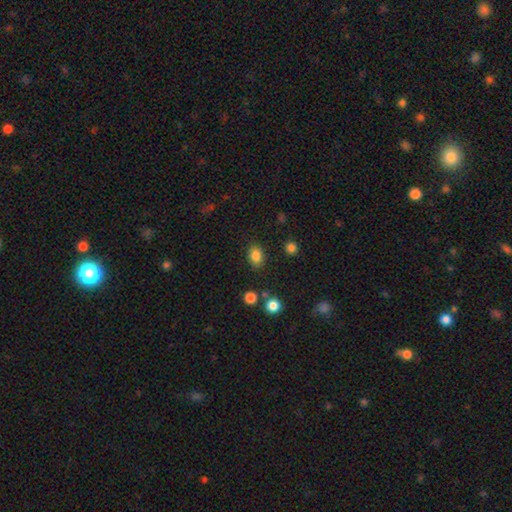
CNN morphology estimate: Smooth or featured?
  - smooth: 84% *
  - star or artifact: 11%
  - featured or disk: 6%
How rounded?
  - in between: 70% *
  - round: 29%
  - cigar-shaped: 1%
Merging?
  - none: 84% *
  - minor disturbance: 10%
  - major disturbance: 3%
  - merger: 3%